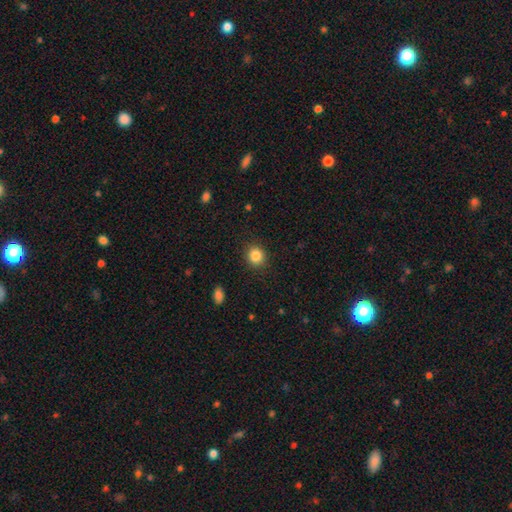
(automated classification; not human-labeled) Smooth or featured? smooth (85%)
How rounded? round (83%)
Merging? none (90%)